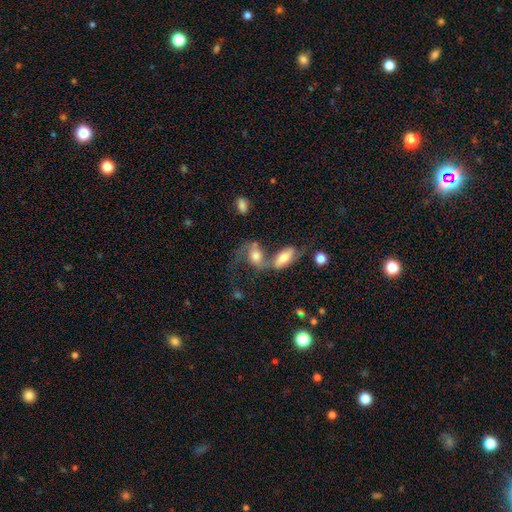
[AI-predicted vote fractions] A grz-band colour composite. It shows a featured or disk galaxy (46%). Merging: merger (55%).